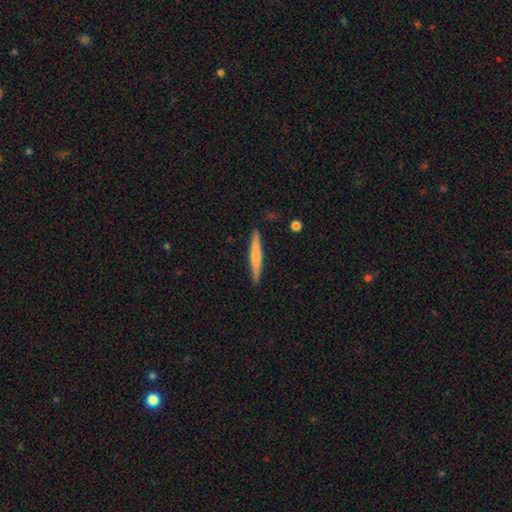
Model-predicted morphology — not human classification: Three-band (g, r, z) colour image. It shows a smooth galaxy with no disk features (57%) that is cigar-shaped (95%). Merging: none (90%).